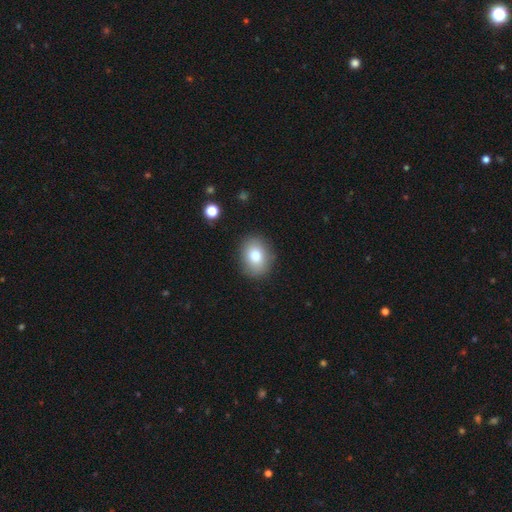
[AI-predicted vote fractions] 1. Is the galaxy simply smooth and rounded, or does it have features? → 79% smooth, 12% featured or disk, 10% star or artifact.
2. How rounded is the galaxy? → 55% in between, 44% round, 1% cigar-shaped.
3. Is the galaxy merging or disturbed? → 87% none, 9% minor disturbance, 3% major disturbance, 1% merger.